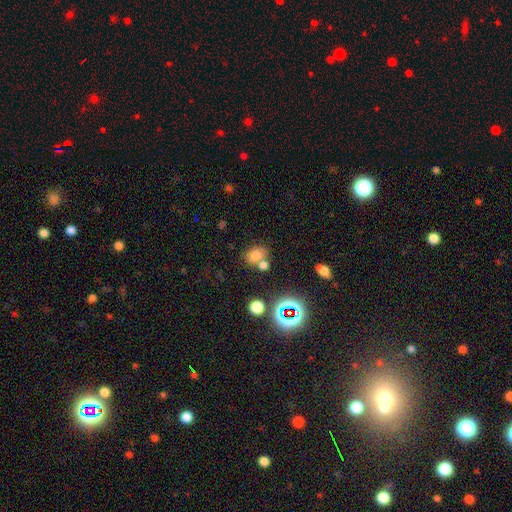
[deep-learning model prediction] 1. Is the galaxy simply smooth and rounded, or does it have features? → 72% smooth, 19% star or artifact, 9% featured or disk.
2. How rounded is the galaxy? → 62% in between, 36% round, 1% cigar-shaped.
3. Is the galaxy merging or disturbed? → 54% none, 28% merger, 12% minor disturbance, 5% major disturbance.